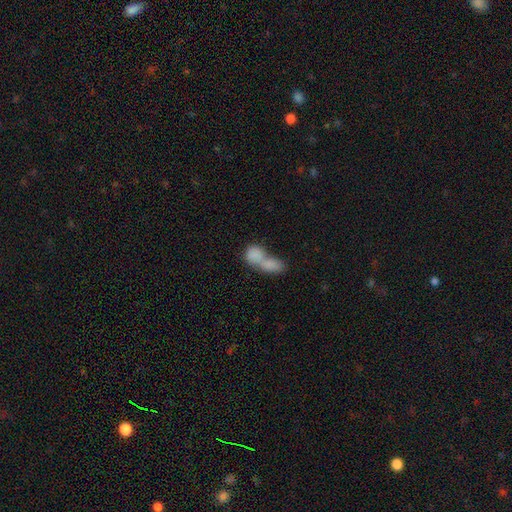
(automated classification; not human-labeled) smooth 80%, featured or disk 13%, star or artifact 7%. Down the decision tree: how rounded — in between (64%); merging — merger (75%).